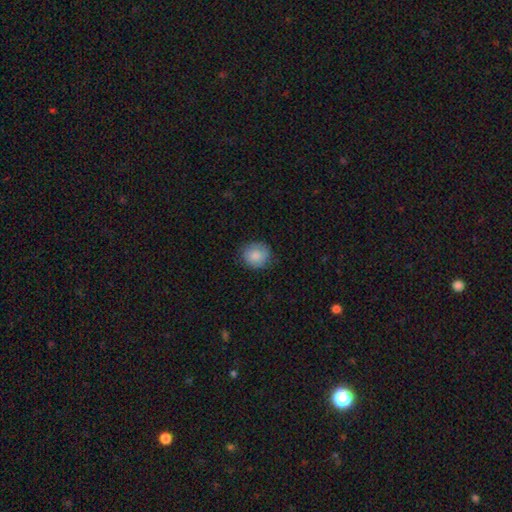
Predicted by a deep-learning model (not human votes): Q: Smooth or featured?
A: smooth (83%); runner-up: featured or disk (10%)
Q: How rounded?
A: round (82%); runner-up: in between (17%)
Q: Merging?
A: none (80%); runner-up: minor disturbance (16%)